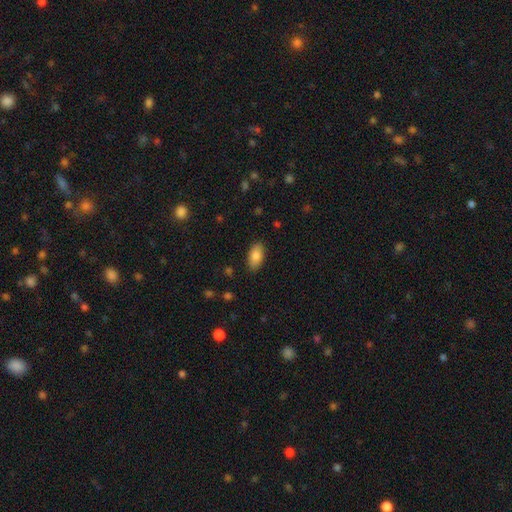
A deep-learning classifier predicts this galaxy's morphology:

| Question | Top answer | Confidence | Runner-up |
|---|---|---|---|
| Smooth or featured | smooth | 83% | featured or disk (10%) |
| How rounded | in between | 92% | cigar-shaped (4%) |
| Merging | none | 87% | minor disturbance (10%) |